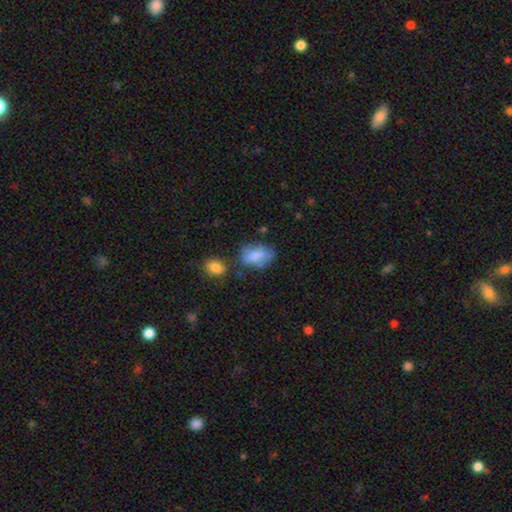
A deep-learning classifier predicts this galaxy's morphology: The model was most divided on "merging": none: 52%, minor disturbance: 26%, merger: 12%, major disturbance: 10%. More confident: how rounded — in between (87%); smooth or featured — smooth (78%).